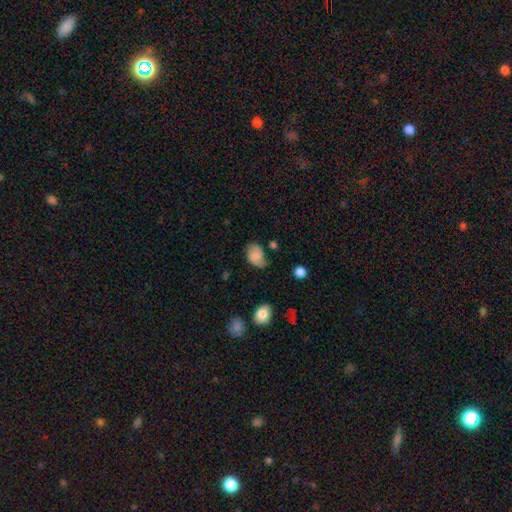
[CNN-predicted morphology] smooth-or-featured: smooth: 73% | featured or disk: 18% | star or artifact: 9%
  how-rounded: in between: 80% | round: 19% | cigar-shaped: 1%
  merging: none: 45% | minor disturbance: 36% | major disturbance: 15% | merger: 3%